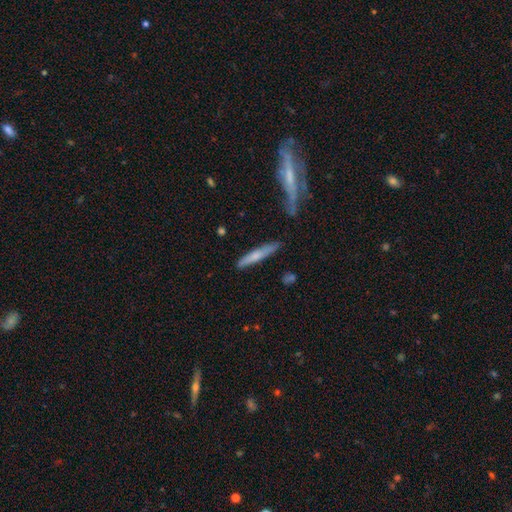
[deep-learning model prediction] smooth_or_featured: smooth (p=0.60) [alt: featured or disk p=0.34]
how_rounded: cigar-shaped (p=0.92) [alt: in between p=0.06]
merging: none (p=0.80) [alt: minor disturbance p=0.14]